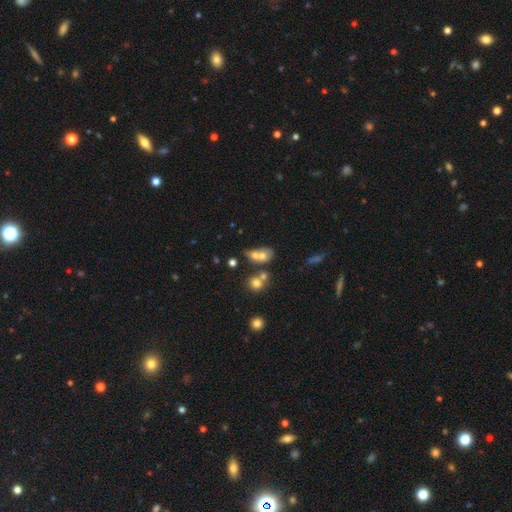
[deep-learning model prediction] A smooth galaxy with no disk features (63%) that is in between round and cigar-shaped (52%).

Vote fractions:
- Smooth or featured? smooth: 63% / featured or disk: 22% / star or artifact: 15%
- How rounded? in between: 52% / round: 45% / cigar-shaped: 3%
- Merging? merger: 56% / none: 27% / minor disturbance: 10% / major disturbance: 7%